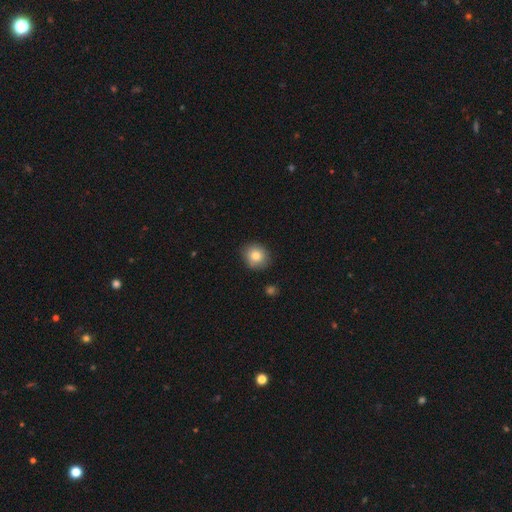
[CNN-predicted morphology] Q: Smooth or featured?
A: smooth (82%); runner-up: featured or disk (9%)
Q: How rounded?
A: round (81%); runner-up: in between (18%)
Q: Merging?
A: none (87%); runner-up: minor disturbance (10%)